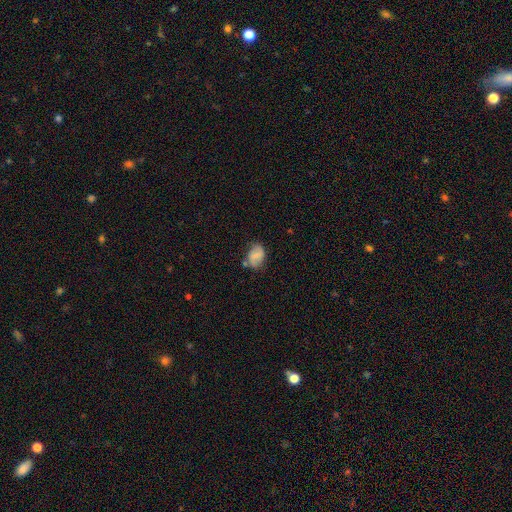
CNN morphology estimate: Smooth or featured: smooth — 58% (featured or disk — 32%)
How rounded: in between — 73% (round — 26%)
Merging: none — 59% (minor disturbance — 27%)